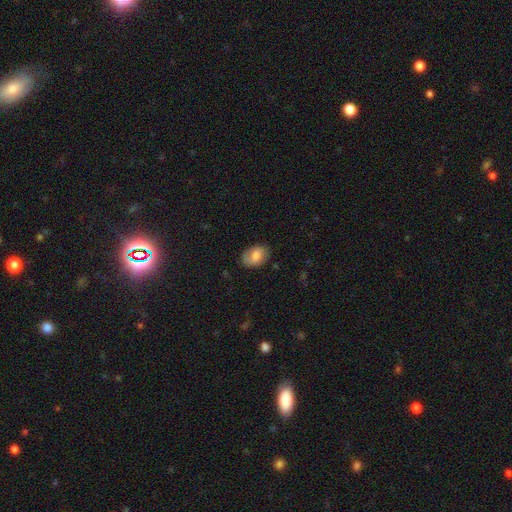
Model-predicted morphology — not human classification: Smooth or featured?
  - smooth: 69% *
  - featured or disk: 23%
  - star or artifact: 7%
How rounded?
  - in between: 78% *
  - round: 21%
  - cigar-shaped: 1%
Merging?
  - none: 73% *
  - minor disturbance: 20%
  - major disturbance: 6%
  - merger: 1%